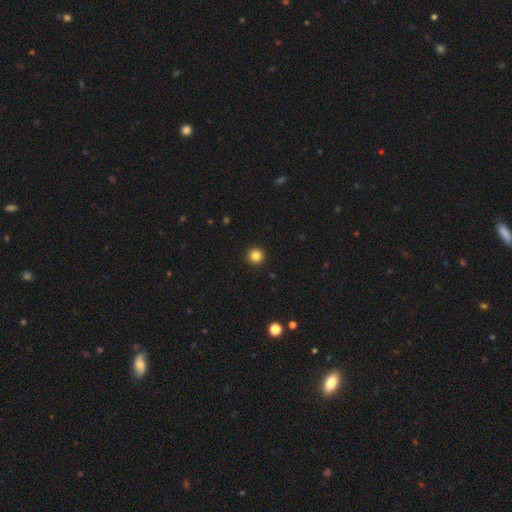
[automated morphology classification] smooth-or-featured: smooth: 84% | star or artifact: 12% | featured or disk: 4%
  how-rounded: round: 96% | in between: 3% | cigar-shaped: 1%
  merging: none: 94% | minor disturbance: 4% | major disturbance: 1% | merger: 1%